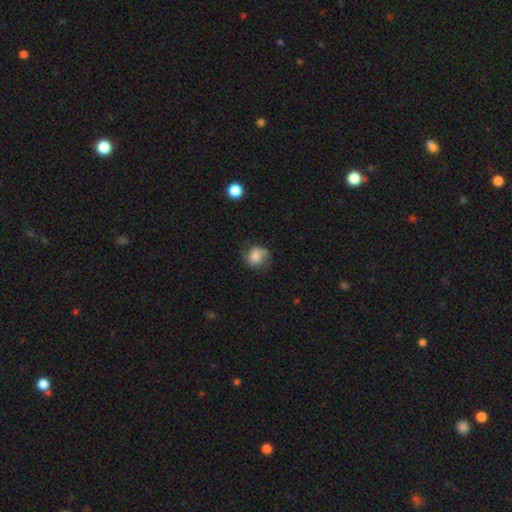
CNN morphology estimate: A smooth galaxy with no disk features (65%) that is round (73%). Merging: none (56%).